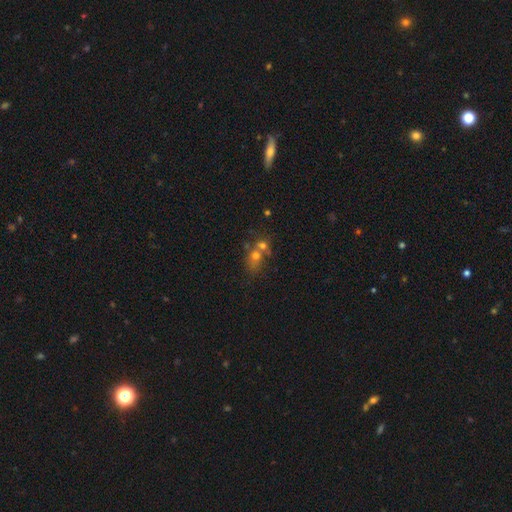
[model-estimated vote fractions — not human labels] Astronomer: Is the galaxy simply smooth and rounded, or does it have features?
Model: smooth — 58%.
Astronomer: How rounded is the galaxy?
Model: round — 62%.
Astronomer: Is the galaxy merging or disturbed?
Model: merger — 57%.